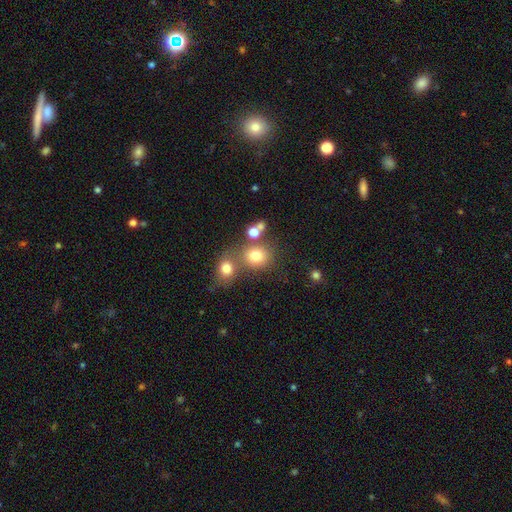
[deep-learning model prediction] A smooth galaxy with no disk features (77%) that is round (74%).

Vote fractions:
- Smooth or featured? smooth: 77% / star or artifact: 13% / featured or disk: 10%
- How rounded? round: 74% / in between: 25% / cigar-shaped: 1%
- Merging? none: 52% / merger: 33% / minor disturbance: 10% / major disturbance: 5%